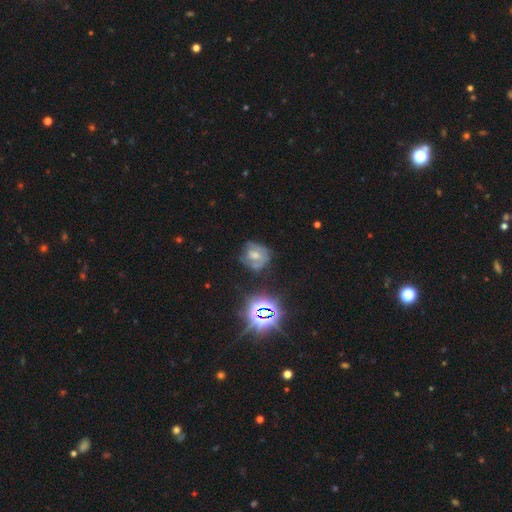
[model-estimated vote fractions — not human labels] Smooth or featured? Predicted: featured or disk (p=0.40). Merging? Predicted: none (p=0.52).